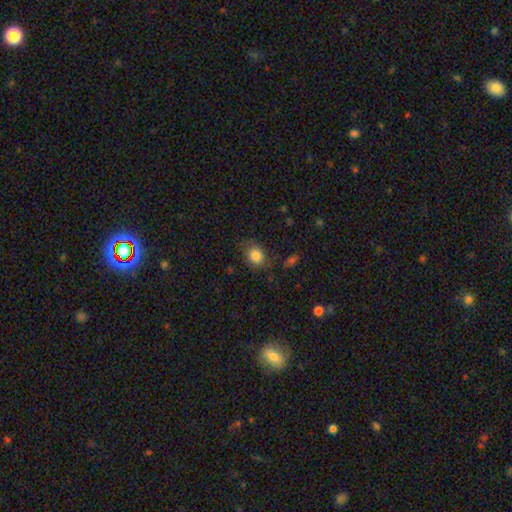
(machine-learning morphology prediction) A smooth galaxy with no disk features (83%) that is round (58%). Merging: none (71%).